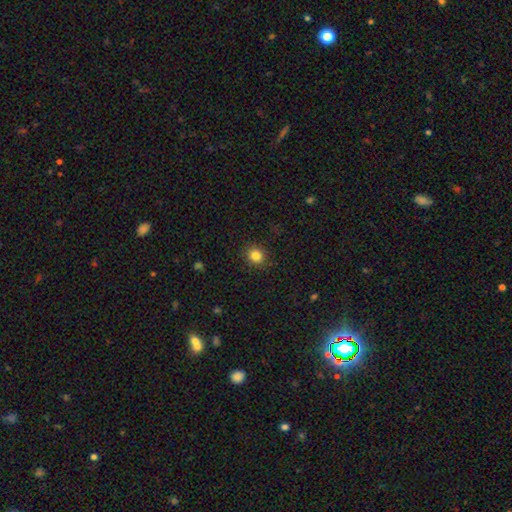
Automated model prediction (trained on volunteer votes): Overall: smooth (84%). How rounded: round (83%). Merging: none (90%).